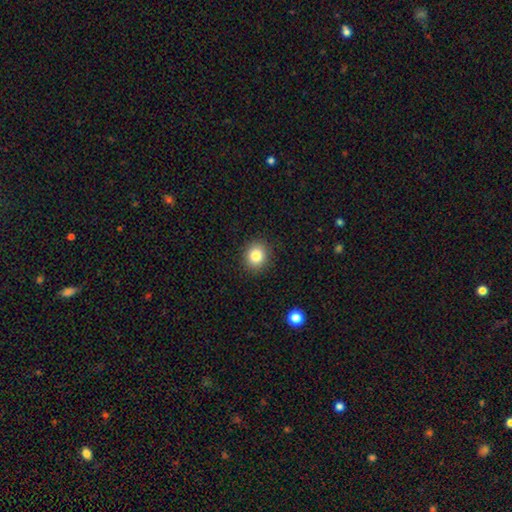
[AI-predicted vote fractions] Smooth or featured? smooth (83%)
How rounded? round (75%)
Merging? none (90%)